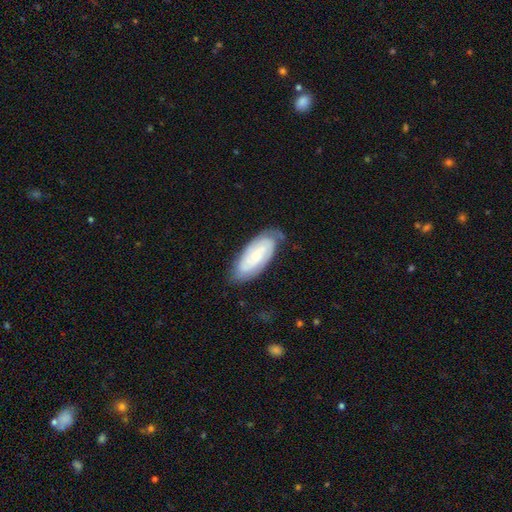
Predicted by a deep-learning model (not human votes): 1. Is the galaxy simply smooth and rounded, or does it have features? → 69% featured or disk, 26% smooth, 6% star or artifact.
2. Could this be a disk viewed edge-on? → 92% no, 8% yes.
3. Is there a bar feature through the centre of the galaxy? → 58% no, 32% weak, 10% strong.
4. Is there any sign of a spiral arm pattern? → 92% yes, 8% no.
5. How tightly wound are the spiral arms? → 63% tight, 29% medium, 8% loose.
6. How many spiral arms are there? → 57% 2, 27% can't tell, 8% 3, 3% 1, 3% 4, 2% more than 4.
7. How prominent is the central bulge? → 63% small, 29% moderate, 5% none, 2% large, 1% dominant.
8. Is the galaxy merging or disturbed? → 72% none, 21% minor disturbance, 5% major disturbance, 1% merger.